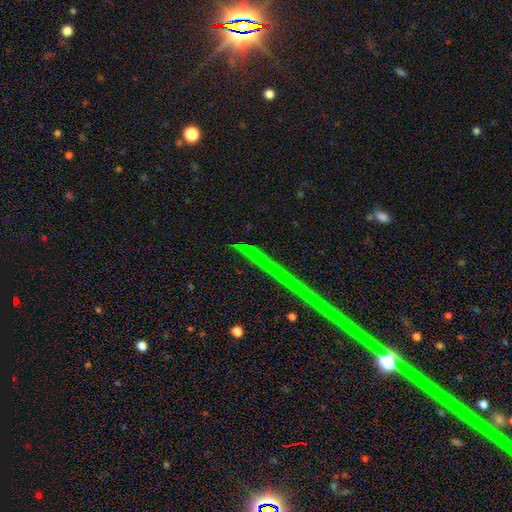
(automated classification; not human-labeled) smooth_or_featured: star or artifact (p=0.78) [alt: featured or disk p=0.14]